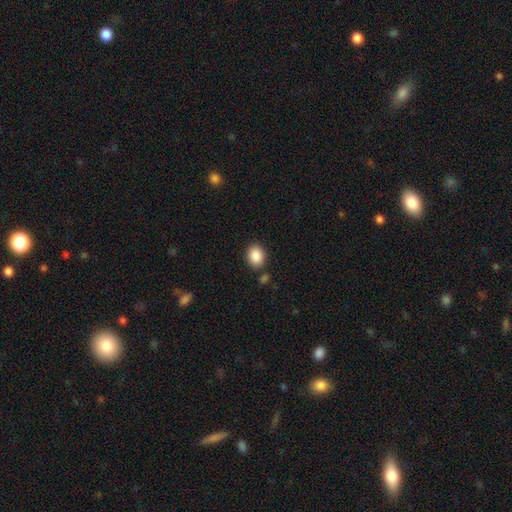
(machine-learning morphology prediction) Overall: smooth (88%). How rounded: in between (56%; round 43%). Merging: none (83%).